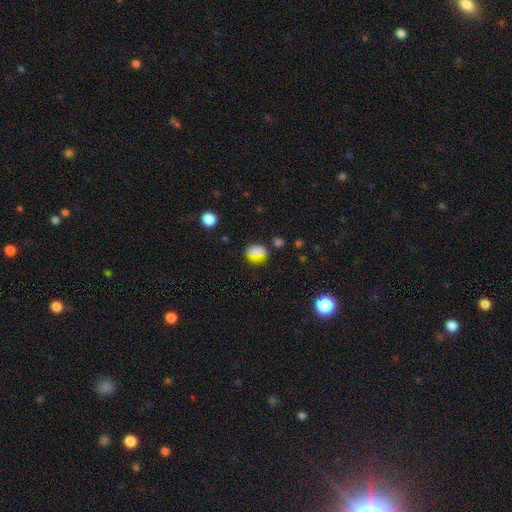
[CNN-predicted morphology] A smooth galaxy with no disk features (64%) that is round (55%). Merging: none (72%).